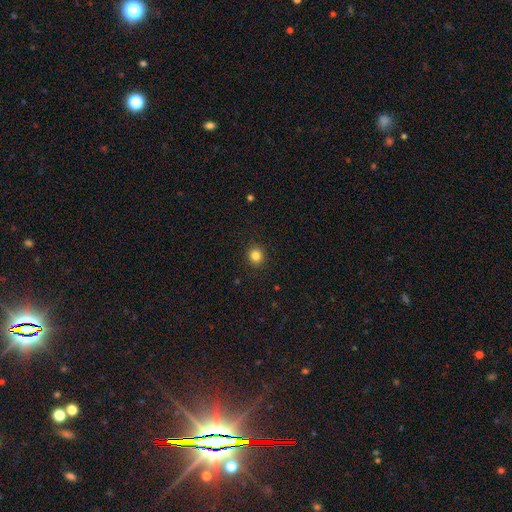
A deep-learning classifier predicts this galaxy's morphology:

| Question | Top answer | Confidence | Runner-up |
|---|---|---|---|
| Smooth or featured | smooth | 83% | star or artifact (12%) |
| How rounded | round | 89% | in between (10%) |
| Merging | none | 91% | minor disturbance (6%) |